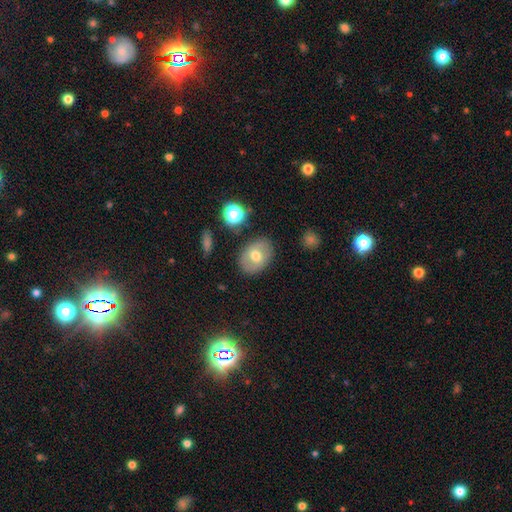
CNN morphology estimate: type=smooth (59%); roundness=in between (69%); merging=none (82%).